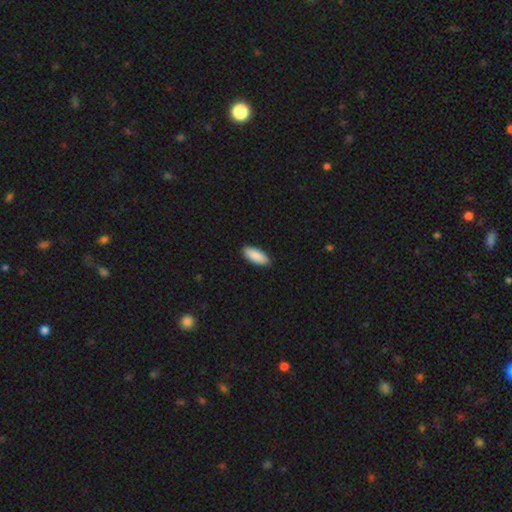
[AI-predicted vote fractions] A smooth galaxy with no disk features (90%) that is in between round and cigar-shaped (82%).

Vote fractions:
- Smooth or featured? smooth: 90% / star or artifact: 5% / featured or disk: 4%
- How rounded? in between: 82% / cigar-shaped: 17% / round: 2%
- Merging? none: 90% / minor disturbance: 7% / major disturbance: 1% / merger: 1%